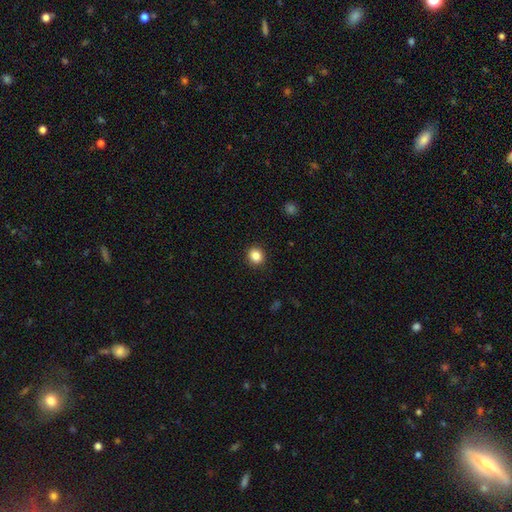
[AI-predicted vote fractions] Morphology: type=smooth (85%); roundness=round (84%); merging=none (92%).